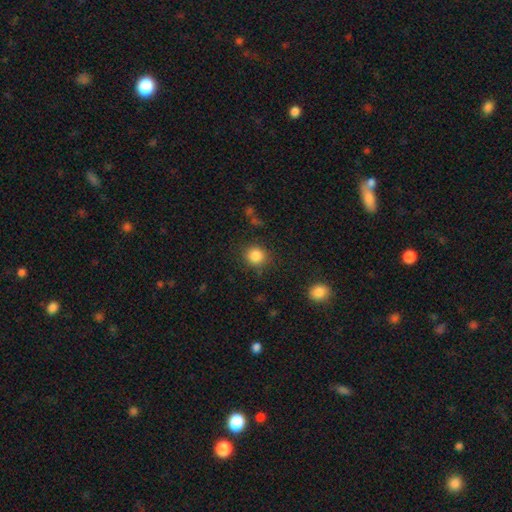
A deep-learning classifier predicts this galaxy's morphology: smooth-or-featured: smooth: 85% | star or artifact: 10% | featured or disk: 4%
  how-rounded: round: 87% | in between: 12% | cigar-shaped: 1%
  merging: none: 86% | minor disturbance: 9% | major disturbance: 3% | merger: 2%